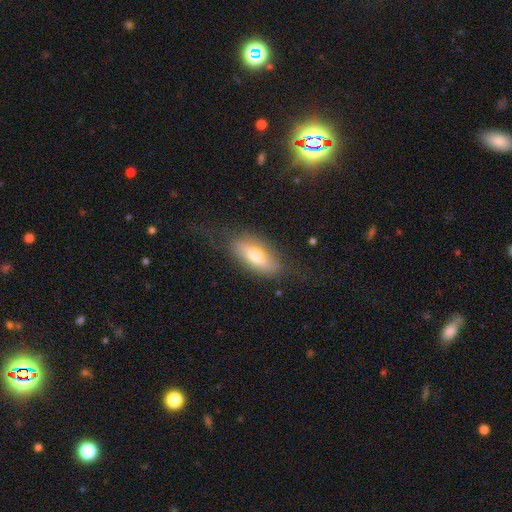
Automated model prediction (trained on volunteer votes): A smooth galaxy with no disk features (61%) that is in between round and cigar-shaped (77%).

Vote fractions:
- Smooth or featured? smooth: 61% / featured or disk: 31% / star or artifact: 7%
- How rounded? in between: 77% / cigar-shaped: 19% / round: 4%
- Merging? none: 67% / minor disturbance: 20% / major disturbance: 12% / merger: 2%